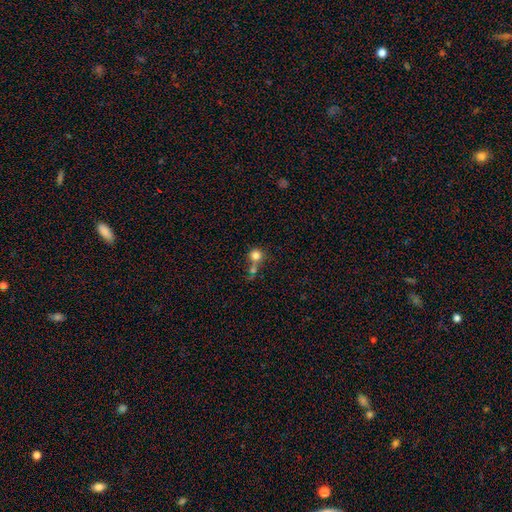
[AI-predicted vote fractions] Smooth or featured?
  - smooth: 79% *
  - star or artifact: 12%
  - featured or disk: 9%
How rounded?
  - round: 89% *
  - in between: 10%
  - cigar-shaped: 1%
Merging?
  - none: 46% *
  - merger: 38%
  - minor disturbance: 10%
  - major disturbance: 7%